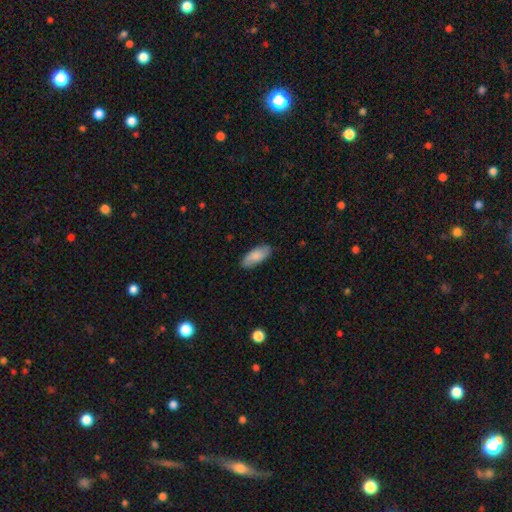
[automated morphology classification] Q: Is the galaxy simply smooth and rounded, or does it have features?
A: smooth — 82%.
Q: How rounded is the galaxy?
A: in between — 85%.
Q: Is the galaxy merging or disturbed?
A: none — 84%.